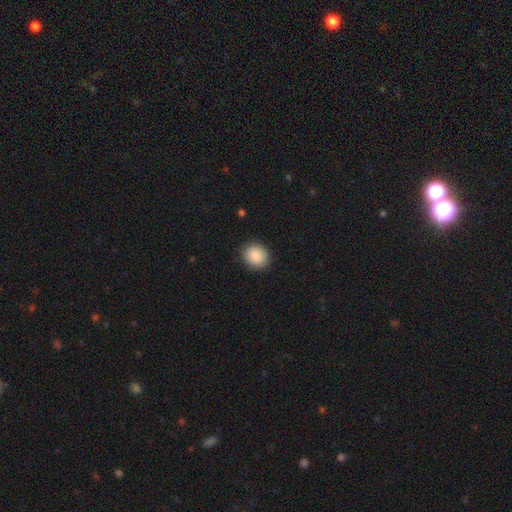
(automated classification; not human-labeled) Smooth or featured: smooth — 88% (star or artifact — 8%)
How rounded: round — 69% (in between — 30%)
Merging: none — 89% (minor disturbance — 8%)